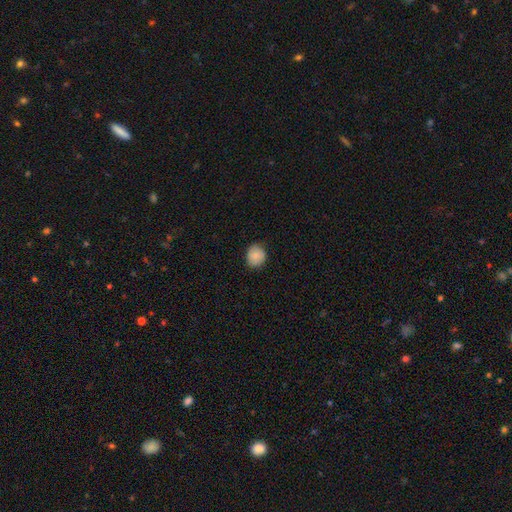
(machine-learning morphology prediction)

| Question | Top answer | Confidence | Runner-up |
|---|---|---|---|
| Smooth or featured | smooth | 84% | featured or disk (8%) |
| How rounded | round | 79% | in between (21%) |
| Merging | none | 77% | minor disturbance (19%) |